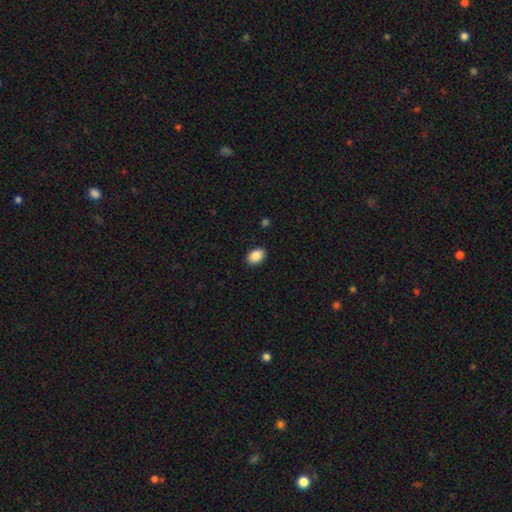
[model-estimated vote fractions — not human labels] Morphology: type=smooth (88%); roundness=in between (80%); merging=none (89%).